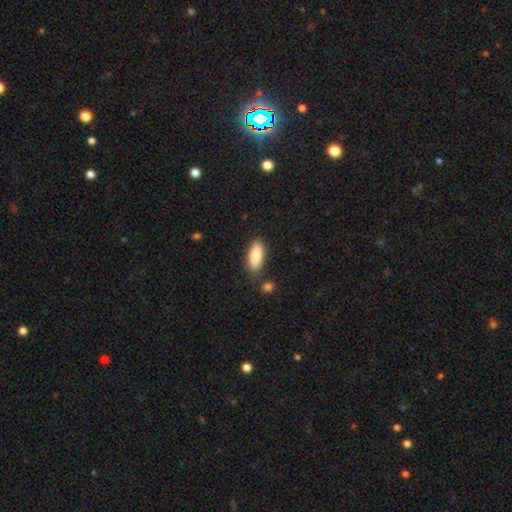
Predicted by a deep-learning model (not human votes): This is clearly a smooth galaxy (87%). How rounded: likely in between (79%). Merging: likely none (79%).